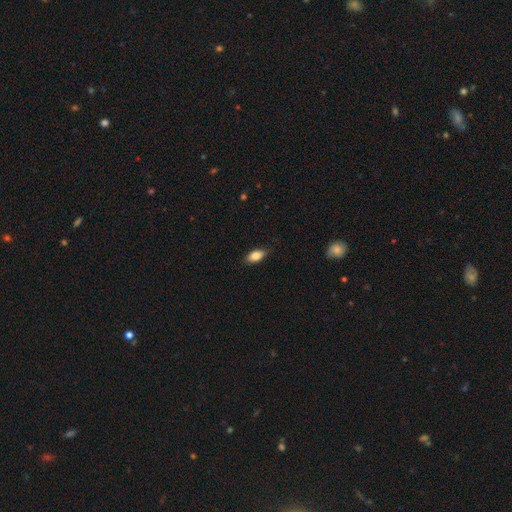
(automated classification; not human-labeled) Smooth or featured: smooth — 84% (featured or disk — 9%)
How rounded: in between — 89% (cigar-shaped — 6%)
Merging: none — 85% (minor disturbance — 12%)